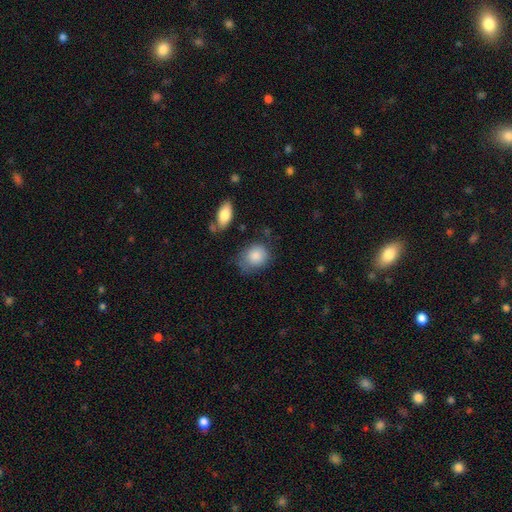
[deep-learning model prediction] Smooth or featured? Predicted: smooth (p=0.86). How rounded? Predicted: round (p=0.59). Merging? Predicted: none (p=0.58).